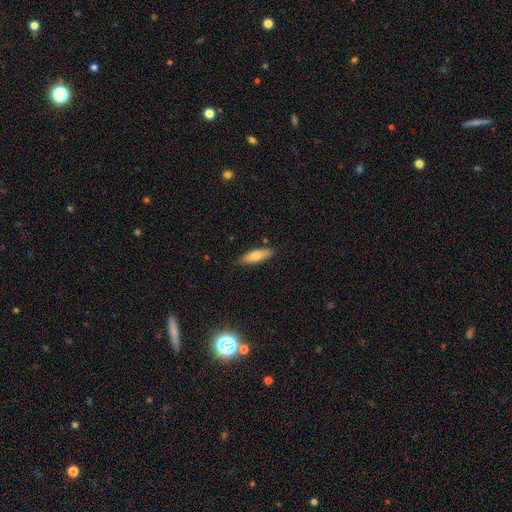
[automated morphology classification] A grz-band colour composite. It shows a smooth galaxy with no disk features (73%) that is in between round and cigar-shaped (52%). Merging: none (84%).